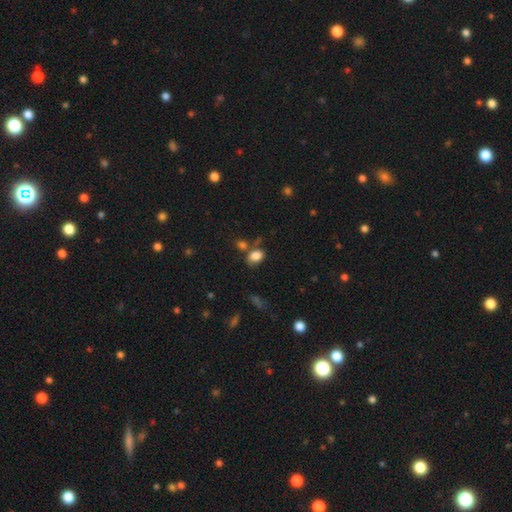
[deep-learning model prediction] Overall: smooth (83%). How rounded: in between (78%). Merging: none (58%; merger 20%).